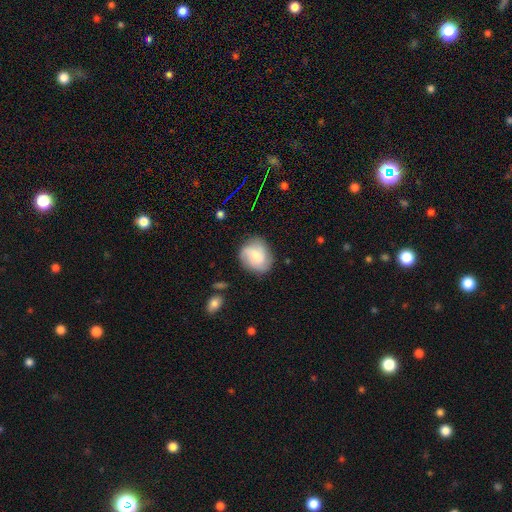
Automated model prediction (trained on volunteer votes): Smooth or featured? Predicted: smooth (p=0.55). How rounded? Predicted: round (p=0.66). Merging? Predicted: none (p=0.74).